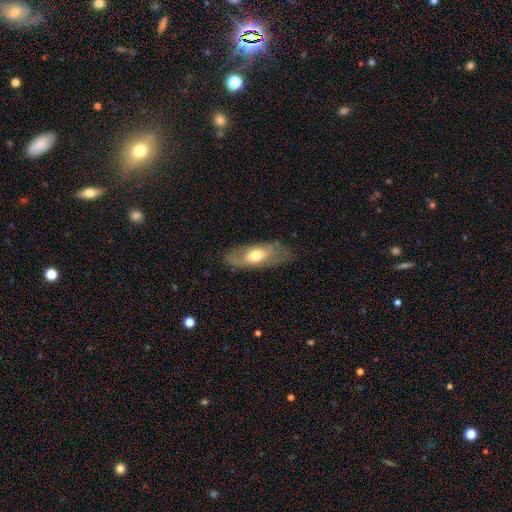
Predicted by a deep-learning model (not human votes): smooth-or-featured: smooth: 52% | featured or disk: 42% | star or artifact: 6%
  how-rounded: in between: 79% | cigar-shaped: 17% | round: 3%
  merging: none: 72% | minor disturbance: 20% | major disturbance: 7% | merger: 1%